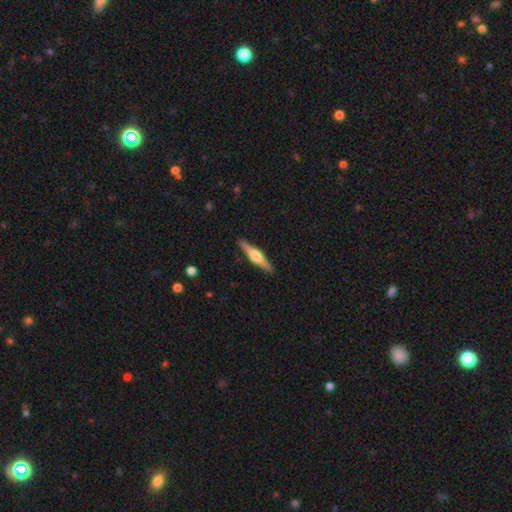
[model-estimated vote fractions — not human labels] A featured or disk galaxy (68%) viewed edge-on (98%) with a rounded central bulge (92%). Merging: none (91%).